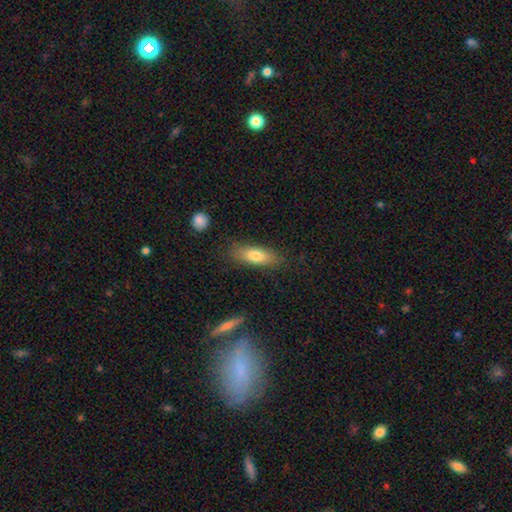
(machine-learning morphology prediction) A smooth galaxy with no disk features (75%) that is in between round and cigar-shaped (64%).

Vote fractions:
- Smooth or featured? smooth: 75% / featured or disk: 17% / star or artifact: 7%
- How rounded? in between: 64% / cigar-shaped: 33% / round: 3%
- Merging? none: 81% / minor disturbance: 13% / major disturbance: 4% / merger: 2%